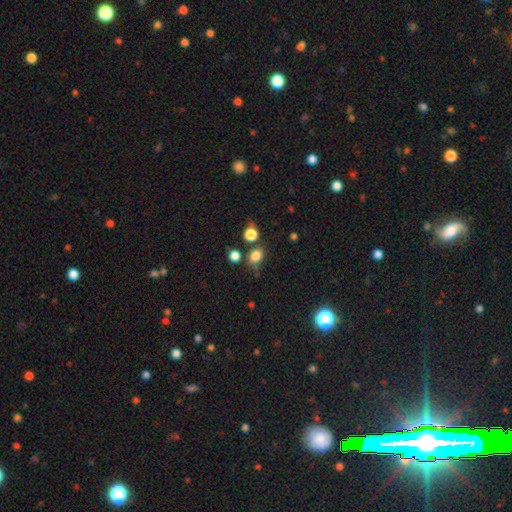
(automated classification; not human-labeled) Smooth or featured? smooth (80%)
How rounded? round (50%)
Merging? none (67%)